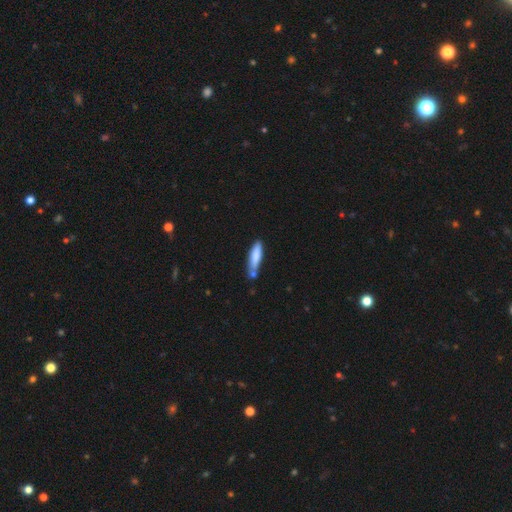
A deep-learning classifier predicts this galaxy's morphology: smooth-or-featured: smooth: 80% | featured or disk: 14% | star or artifact: 6%
  how-rounded: cigar-shaped: 73% | in between: 25% | round: 1%
  merging: none: 55% | minor disturbance: 22% | merger: 18% | major disturbance: 5%